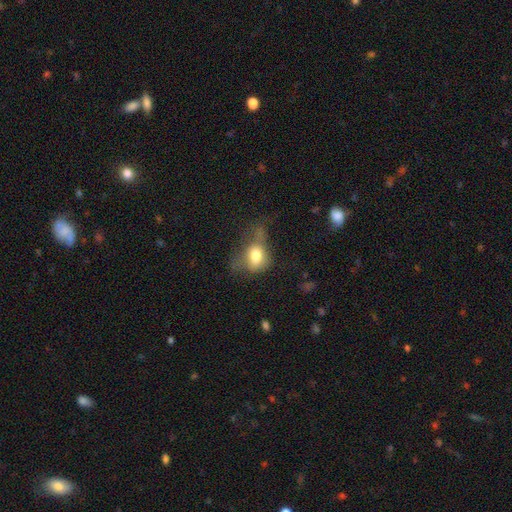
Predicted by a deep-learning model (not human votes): This is likely a smooth galaxy (70%). How rounded: likely in between (64%). Merging: marginally major disturbance (42%).